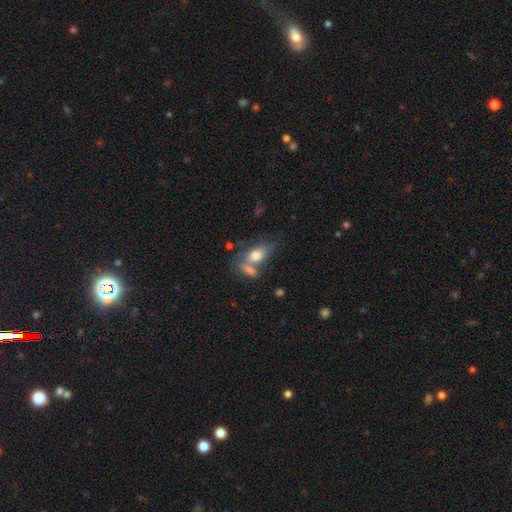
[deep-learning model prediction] smooth-or-featured: smooth: 72% | featured or disk: 20% | star or artifact: 8%
  how-rounded: in between: 83% | cigar-shaped: 9% | round: 8%
  merging: merger: 41% | none: 39% | minor disturbance: 14% | major disturbance: 7%